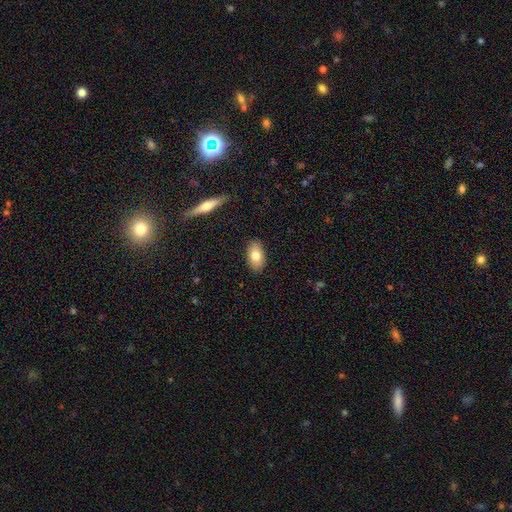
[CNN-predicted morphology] type=smooth (76%); roundness=in between (92%); merging=none (88%).